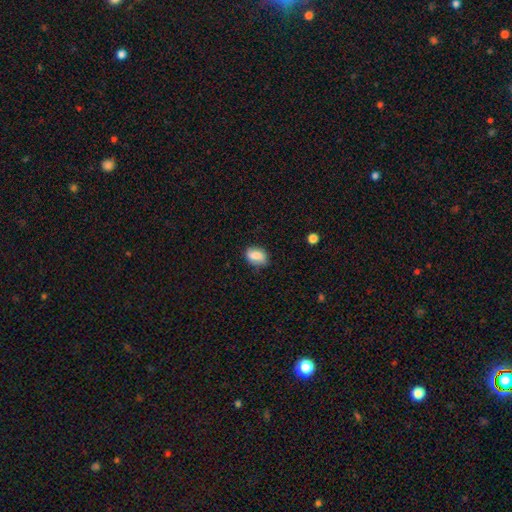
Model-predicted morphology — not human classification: Overall: smooth (79%). How rounded: in between (75%). Merging: none (75%).